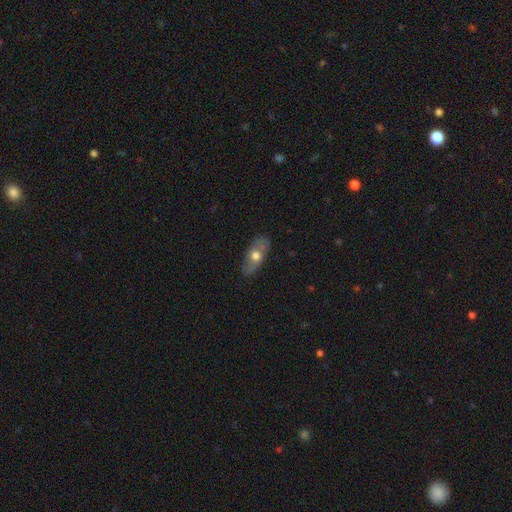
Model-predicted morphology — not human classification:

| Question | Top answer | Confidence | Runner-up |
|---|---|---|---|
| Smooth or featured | smooth | 55% | featured or disk (39%) |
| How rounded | in between | 82% | cigar-shaped (12%) |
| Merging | none | 80% | minor disturbance (16%) |